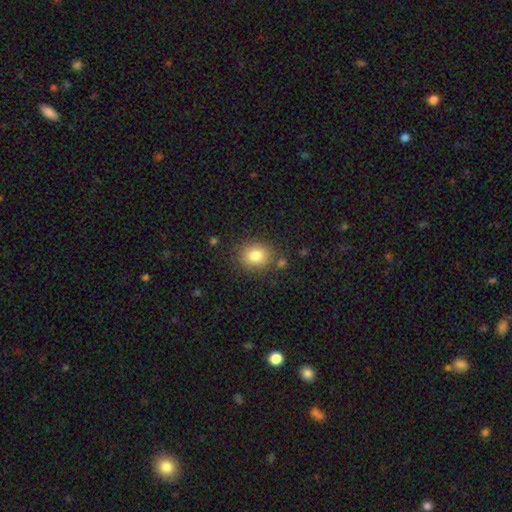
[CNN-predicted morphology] Smooth or featured? Predicted: smooth (p=0.82). How rounded? Predicted: round (p=0.64). Merging? Predicted: none (p=0.82).